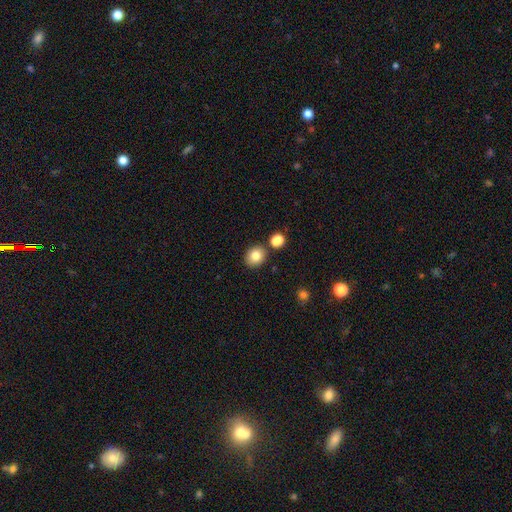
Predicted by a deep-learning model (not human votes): A smooth galaxy with no disk features (81%) that is round (67%).

Vote fractions:
- Smooth or featured? smooth: 81% / star or artifact: 11% / featured or disk: 8%
- How rounded? round: 67% / in between: 32% / cigar-shaped: 1%
- Merging? none: 81% / minor disturbance: 9% / merger: 8% / major disturbance: 2%